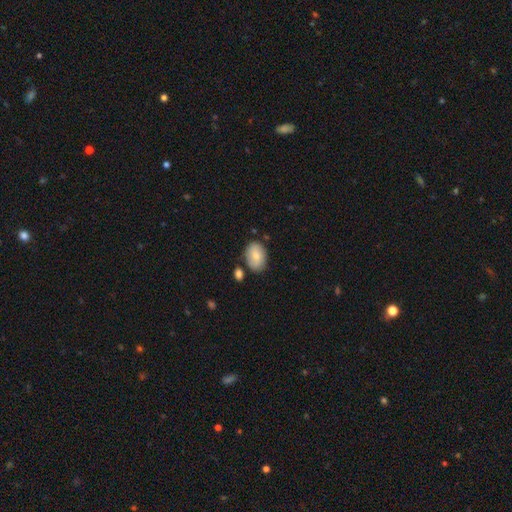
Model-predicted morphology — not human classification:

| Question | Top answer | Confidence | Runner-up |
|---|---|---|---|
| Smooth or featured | smooth | 74% | featured or disk (19%) |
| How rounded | in between | 81% | round (17%) |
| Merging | none | 73% | minor disturbance (17%) |